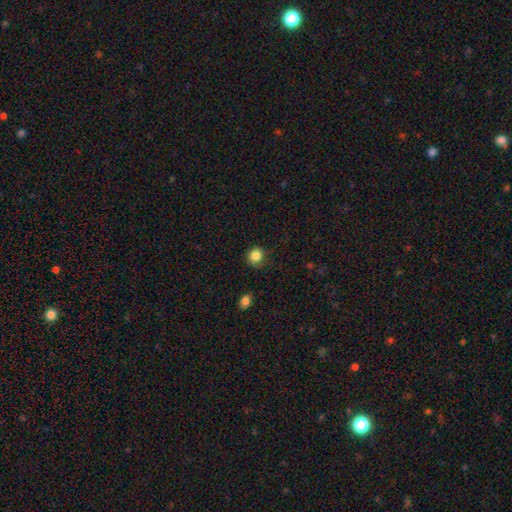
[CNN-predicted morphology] smooth_or_featured: smooth (p=0.85) [alt: star or artifact p=0.11]
how_rounded: round (p=0.87) [alt: in between p=0.12]
merging: none (p=0.81) [alt: minor disturbance p=0.14]